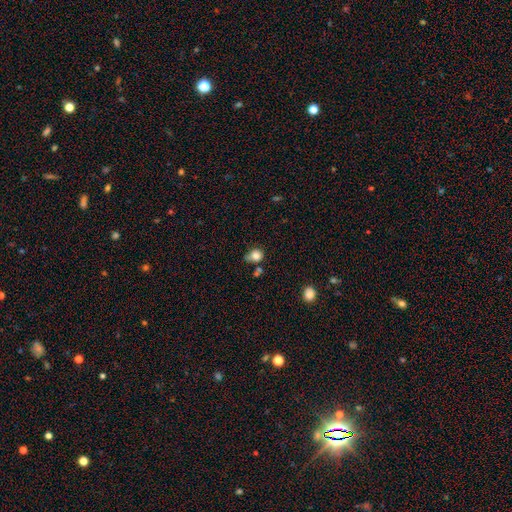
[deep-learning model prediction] A smooth galaxy with no disk features (81%) that is round (64%).

Vote fractions:
- Smooth or featured? smooth: 81% / star or artifact: 11% / featured or disk: 8%
- How rounded? round: 64% / in between: 35% / cigar-shaped: 1%
- Merging? none: 47% / minor disturbance: 31% / merger: 11% / major disturbance: 11%